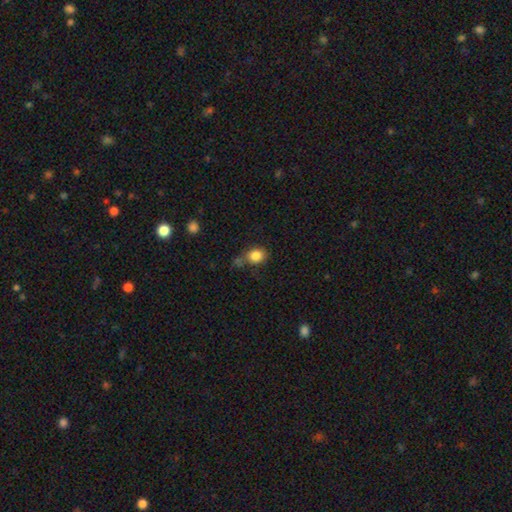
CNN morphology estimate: smooth_or_featured: smooth (p=0.84) [alt: star or artifact p=0.10]
how_rounded: round (p=0.65) [alt: in between p=0.34]
merging: none (p=0.61) [alt: minor disturbance p=0.20]